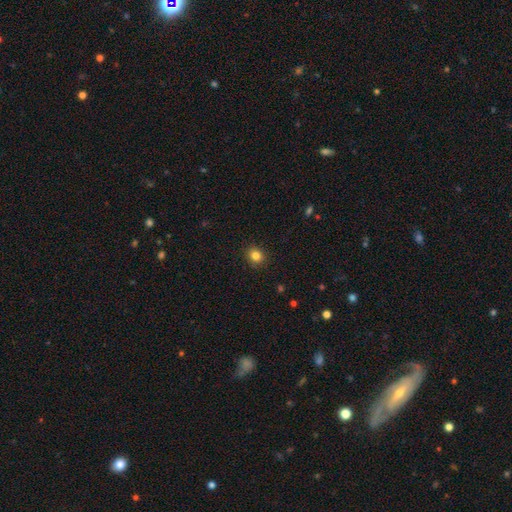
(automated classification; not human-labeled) smooth_or_featured: smooth (p=0.83) [alt: star or artifact p=0.12]
how_rounded: round (p=0.76) [alt: in between p=0.23]
merging: none (p=0.90) [alt: minor disturbance p=0.07]